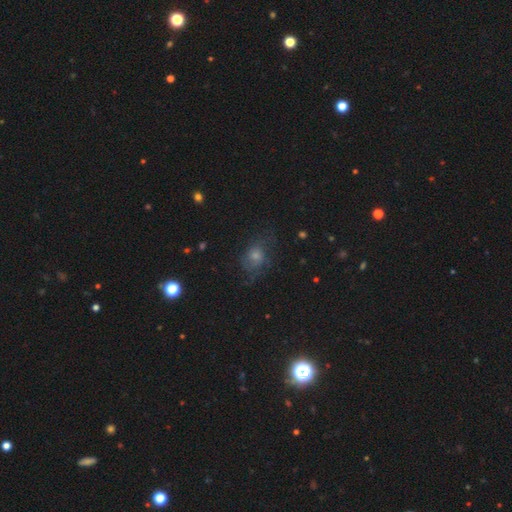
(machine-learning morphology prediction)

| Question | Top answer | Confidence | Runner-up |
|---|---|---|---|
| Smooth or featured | smooth | 44% | featured or disk (34%) |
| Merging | none | 57% | minor disturbance (23%) |